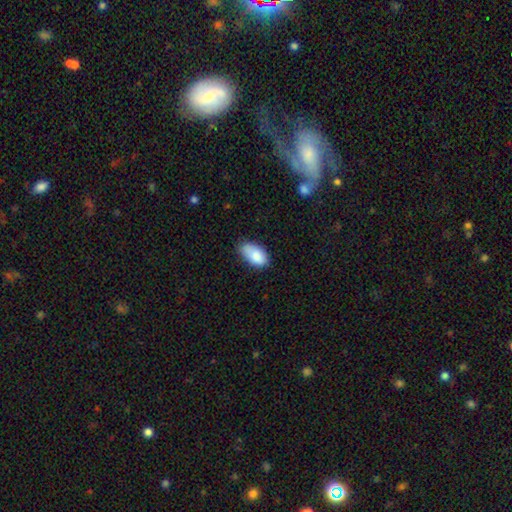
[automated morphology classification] Smooth or featured: smooth — 85% (featured or disk — 8%)
How rounded: in between — 94% (round — 3%)
Merging: none — 57% (minor disturbance — 35%)